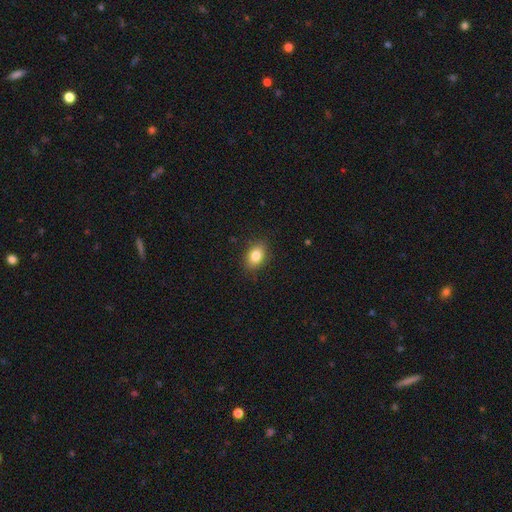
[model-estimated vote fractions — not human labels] This appears to be a smooth galaxy with no disk features (83%) that is in between round and cigar-shaped (81%). Merging: none (87%).